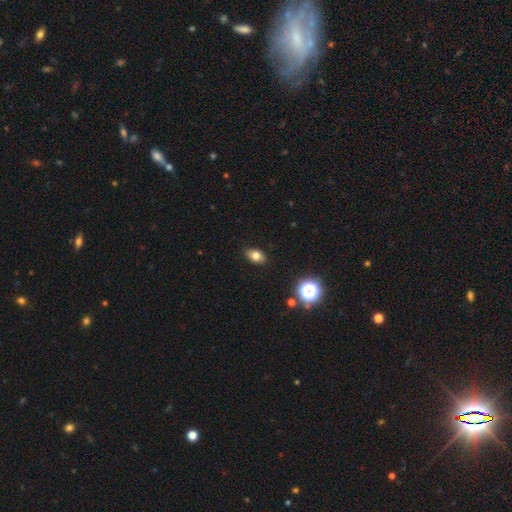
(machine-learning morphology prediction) smooth_or_featured: smooth (p=0.77) [alt: star or artifact p=0.13]
how_rounded: in between (p=0.83) [alt: round p=0.15]
merging: none (p=0.88) [alt: minor disturbance p=0.09]